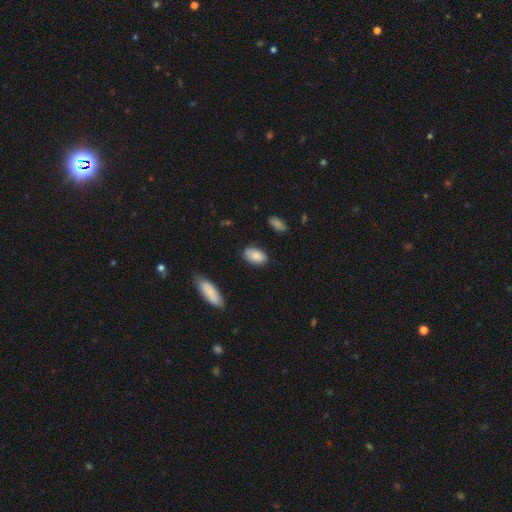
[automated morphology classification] The model was most divided on "merging": none: 83%, minor disturbance: 13%, major disturbance: 3%, merger: 2%. More confident: how rounded — in between (93%); smooth or featured — smooth (84%).